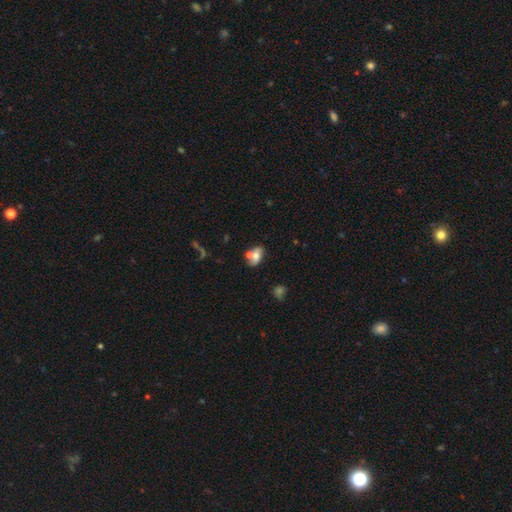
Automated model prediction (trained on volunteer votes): A smooth galaxy with no disk features (57%) that is in between round and cigar-shaped (82%). Merging: none (41%).